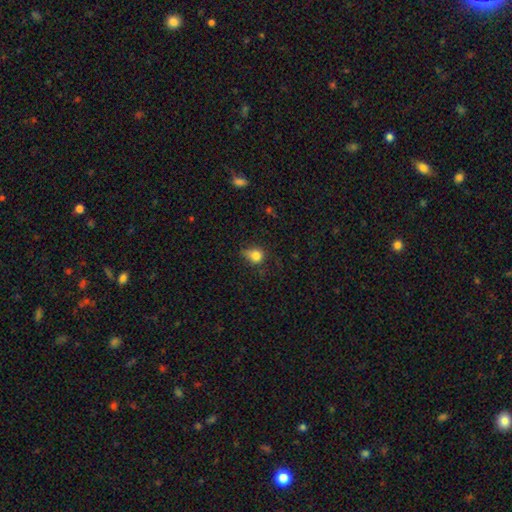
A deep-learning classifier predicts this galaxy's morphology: A smooth galaxy with no disk features (80%) that is round (67%).

Vote fractions:
- Smooth or featured? smooth: 80% / star or artifact: 11% / featured or disk: 9%
- How rounded? round: 67% / in between: 31% / cigar-shaped: 2%
- Merging? none: 47% / minor disturbance: 36% / major disturbance: 15% / merger: 2%